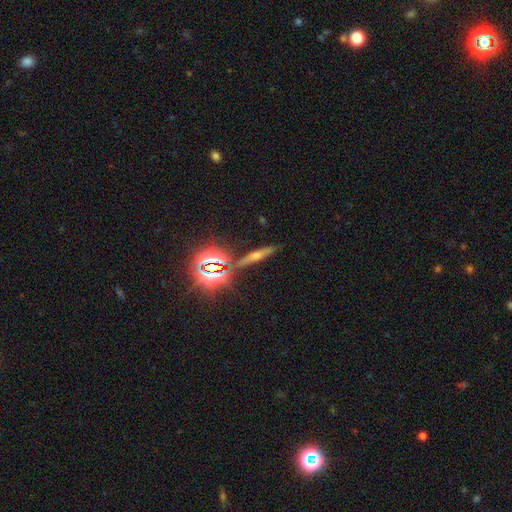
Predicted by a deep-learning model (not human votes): Morphology: type=featured or disk (40%); merging=none (85%).